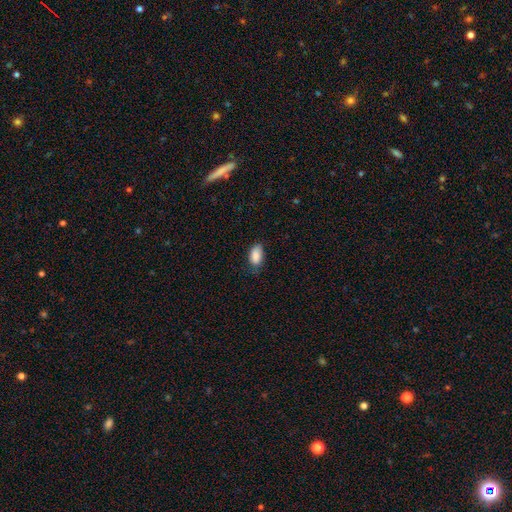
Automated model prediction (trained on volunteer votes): smooth 88%, star or artifact 7%, featured or disk 5%. Down the decision tree: how rounded — in between (93%); merging — none (68%).